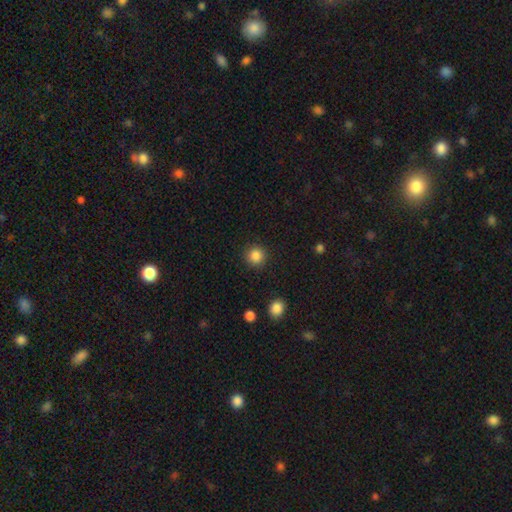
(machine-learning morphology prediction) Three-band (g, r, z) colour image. It shows a smooth galaxy with no disk features (86%) that is round (94%). Merging: none (91%).